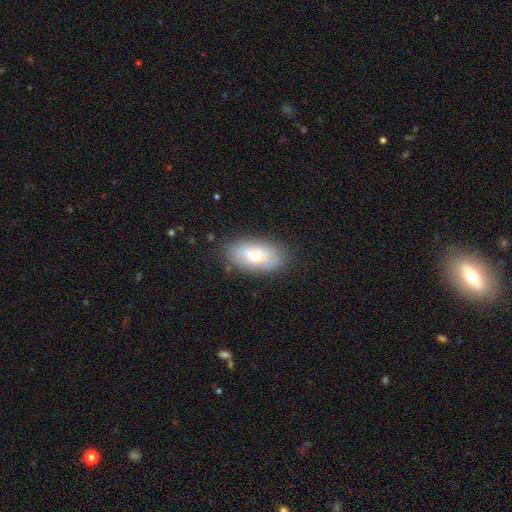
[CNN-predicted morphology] Overall: smooth (65%; featured or disk 27%). How rounded: in between (91%). Merging: none (82%).